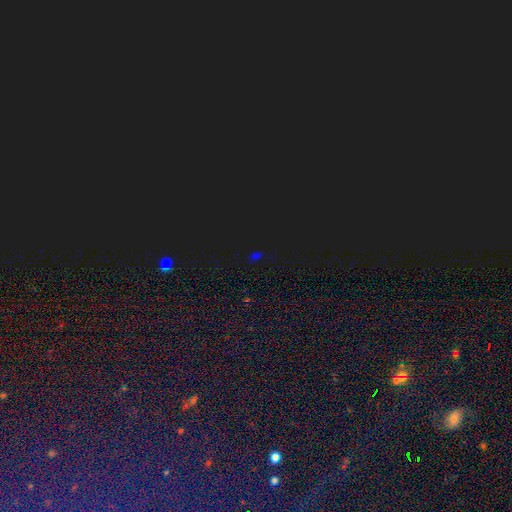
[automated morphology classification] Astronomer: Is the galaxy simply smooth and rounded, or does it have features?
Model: star or artifact — 67%.